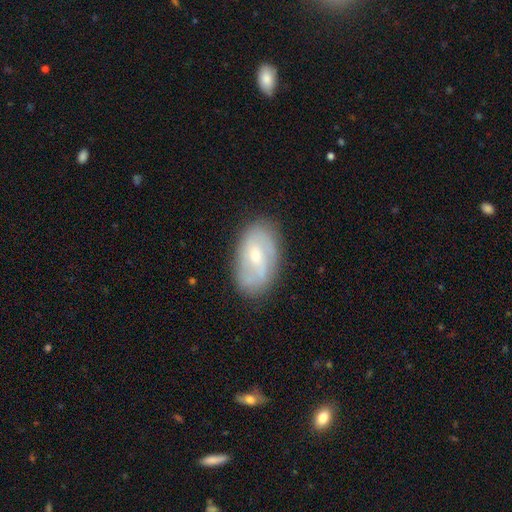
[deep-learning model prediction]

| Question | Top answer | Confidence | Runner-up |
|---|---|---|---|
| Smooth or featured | featured or disk | 65% | smooth (28%) |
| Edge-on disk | no | 95% | yes (5%) |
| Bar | weak | 47% | no (42%) |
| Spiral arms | yes | 81% | no (19%) |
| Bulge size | small | 53% | moderate (42%) |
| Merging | none | 78% | minor disturbance (16%) |